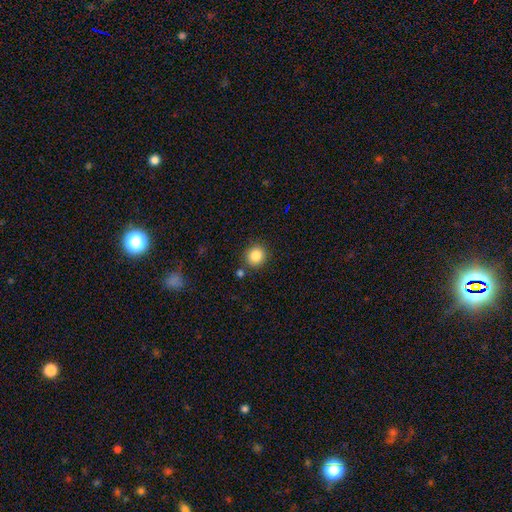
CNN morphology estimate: The model was most divided on "smooth or featured": smooth: 85%, star or artifact: 10%, featured or disk: 5%. More confident: how rounded — round (90%); merging — none (85%).